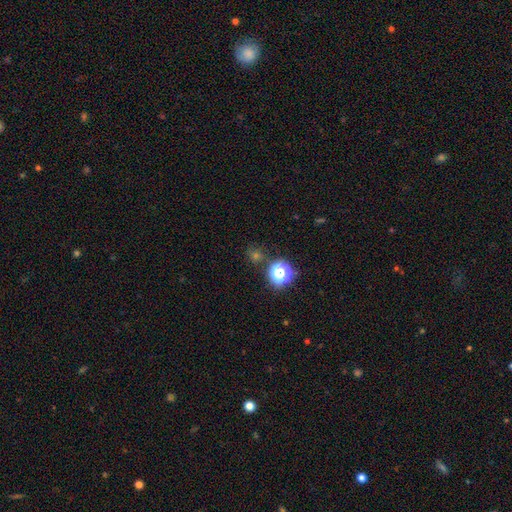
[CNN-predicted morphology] Q: Smooth or featured?
A: star or artifact (52%); runner-up: smooth (40%)